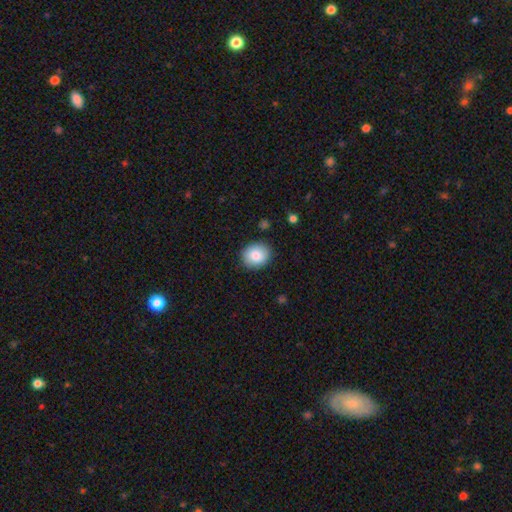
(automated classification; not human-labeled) A smooth galaxy with no disk features (84%) that is round (67%).

Vote fractions:
- Smooth or featured? smooth: 84% / featured or disk: 8% / star or artifact: 8%
- How rounded? round: 67% / in between: 33% / cigar-shaped: 1%
- Merging? none: 88% / minor disturbance: 9% / major disturbance: 2% / merger: 1%